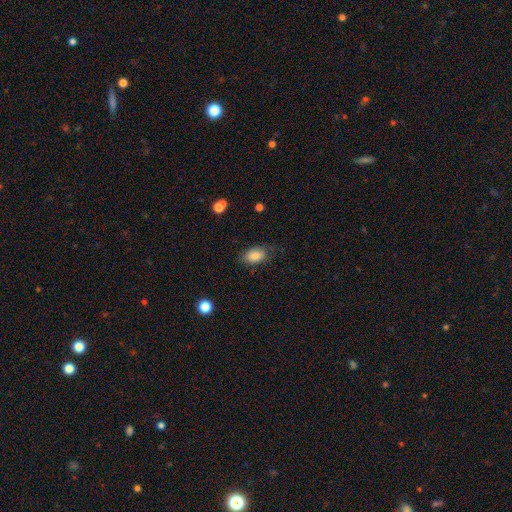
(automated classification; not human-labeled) Smooth or featured: smooth — 85% (star or artifact — 8%)
How rounded: in between — 90% (round — 8%)
Merging: none — 74% (minor disturbance — 19%)